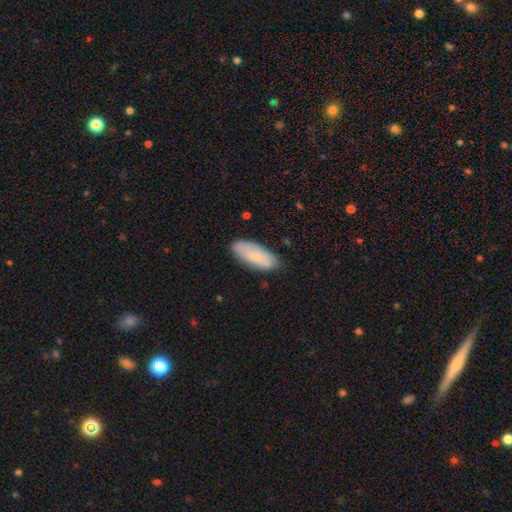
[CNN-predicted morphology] smooth-or-featured: smooth: 75% | featured or disk: 19% | star or artifact: 6%
  how-rounded: in between: 81% | cigar-shaped: 17% | round: 2%
  merging: none: 79% | minor disturbance: 16% | major disturbance: 3% | merger: 2%